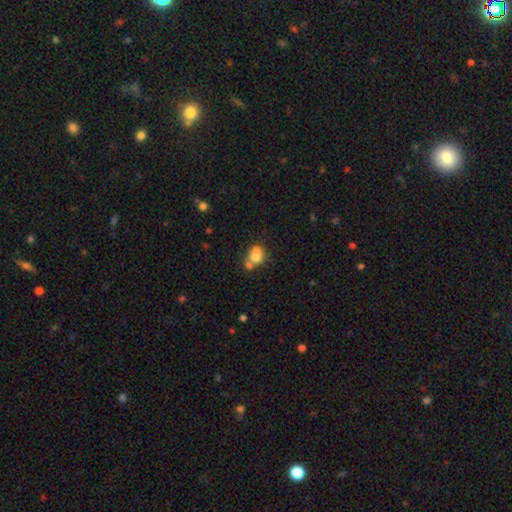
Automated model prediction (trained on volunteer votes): This appears to be a smooth galaxy with no disk features (68%) that is round (57%). Merging: merger (54%).